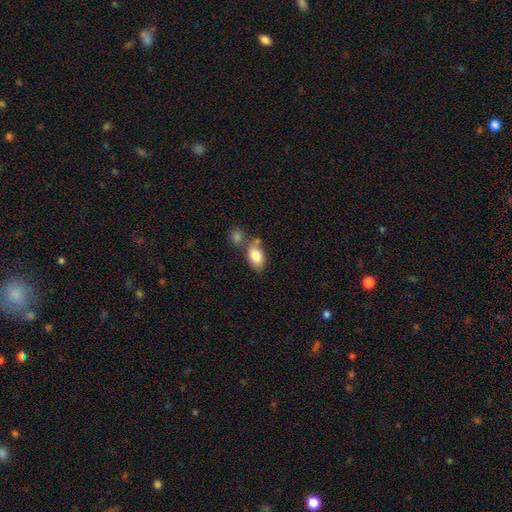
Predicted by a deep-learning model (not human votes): smooth-or-featured: smooth: 82% | featured or disk: 11% | star or artifact: 7%
  how-rounded: in between: 87% | round: 11% | cigar-shaped: 2%
  merging: none: 52% | merger: 27% | minor disturbance: 17% | major disturbance: 5%